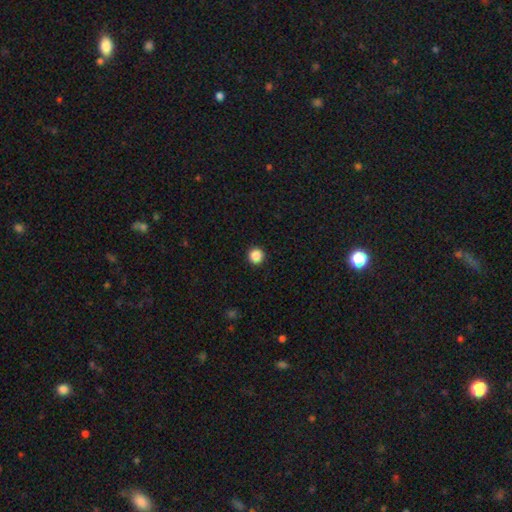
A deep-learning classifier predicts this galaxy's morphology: A smooth galaxy with no disk features (87%) that is round (96%). Merging: none (93%).